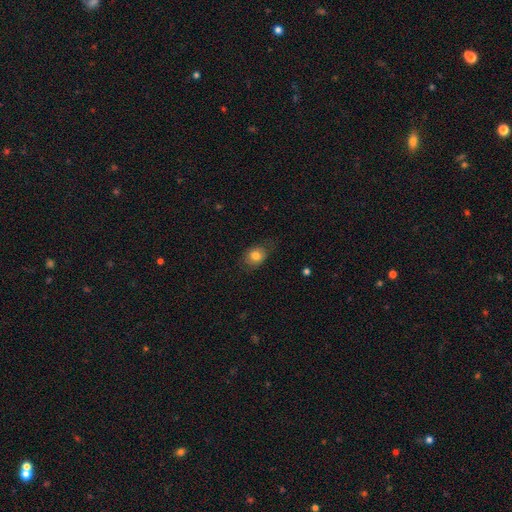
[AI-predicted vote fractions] Q: Smooth or featured?
A: smooth (79%); runner-up: featured or disk (11%)
Q: How rounded?
A: in between (55%); runner-up: round (43%)
Q: Merging?
A: none (69%); runner-up: minor disturbance (22%)